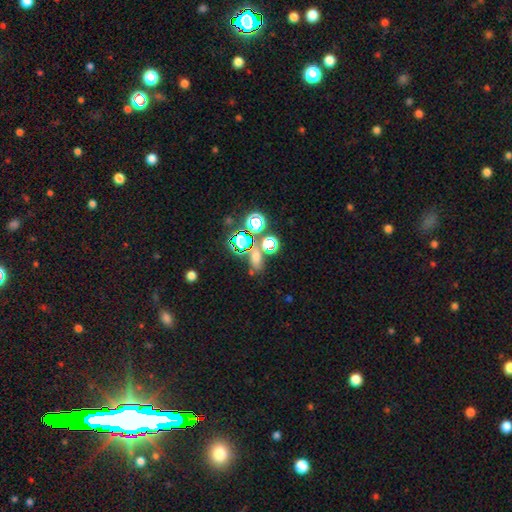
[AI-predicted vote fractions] The model was most divided on "smooth or featured": star or artifact: 46%, smooth: 43%, featured or disk: 11%.